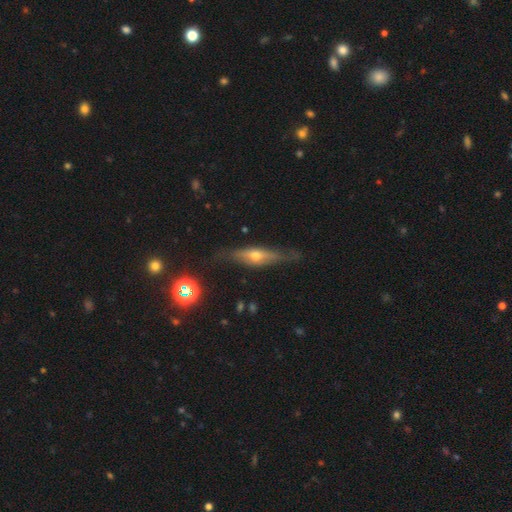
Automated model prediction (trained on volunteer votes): Q: Smooth or featured?
A: featured or disk (65%); runner-up: smooth (27%)
Q: Edge-on disk?
A: yes (88%); runner-up: no (12%)
Q: Edge-on bulge?
A: rounded (89%); runner-up: boxy (6%)
Q: Merging?
A: none (74%); runner-up: minor disturbance (18%)